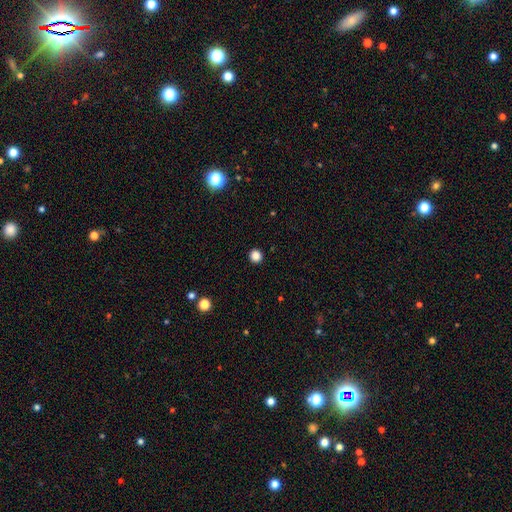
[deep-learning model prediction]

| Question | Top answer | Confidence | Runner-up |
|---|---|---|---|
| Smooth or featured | smooth | 85% | star or artifact (12%) |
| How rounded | round | 94% | in between (5%) |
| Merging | none | 93% | minor disturbance (4%) |